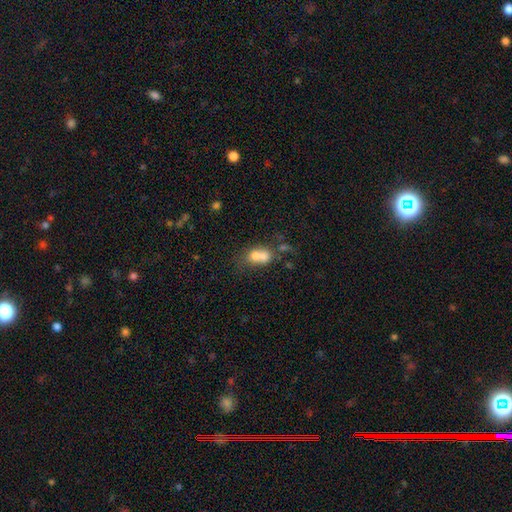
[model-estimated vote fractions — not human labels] Smooth or featured?
  - smooth: 67% *
  - featured or disk: 21%
  - star or artifact: 12%
How rounded?
  - round: 51% *
  - in between: 47%
  - cigar-shaped: 2%
Merging?
  - merger: 65% *
  - none: 22%
  - minor disturbance: 8%
  - major disturbance: 5%